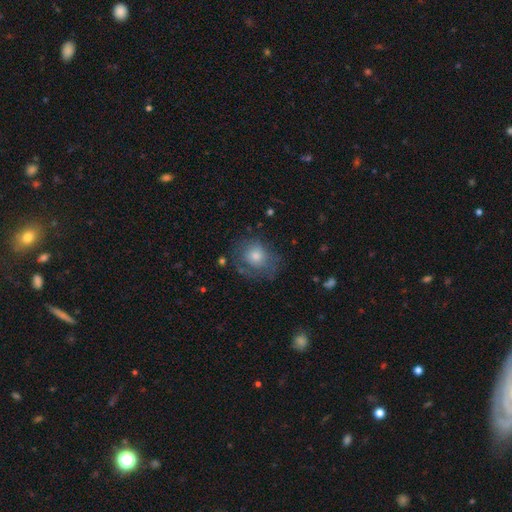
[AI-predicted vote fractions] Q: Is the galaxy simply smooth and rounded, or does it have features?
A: smooth — 59%.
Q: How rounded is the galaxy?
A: round — 70%.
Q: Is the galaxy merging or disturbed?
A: none — 61%.